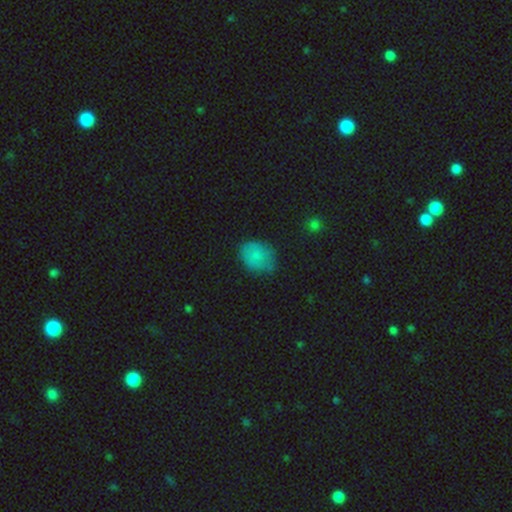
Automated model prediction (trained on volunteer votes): Overall: smooth (77%). How rounded: round (53%; in between 46%). Merging: none (66%).